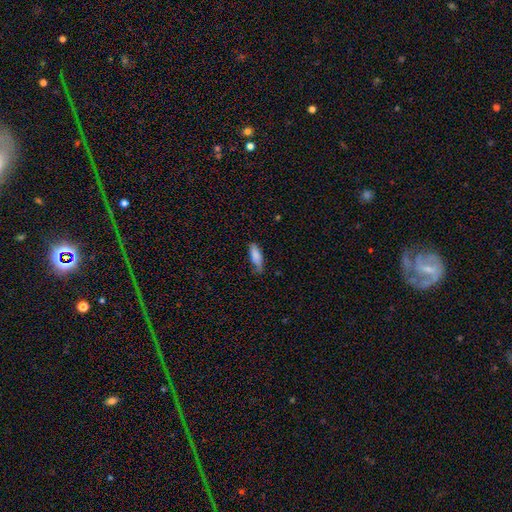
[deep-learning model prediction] Smooth or featured? smooth (83%)
How rounded? in between (54%)
Merging? none (63%)